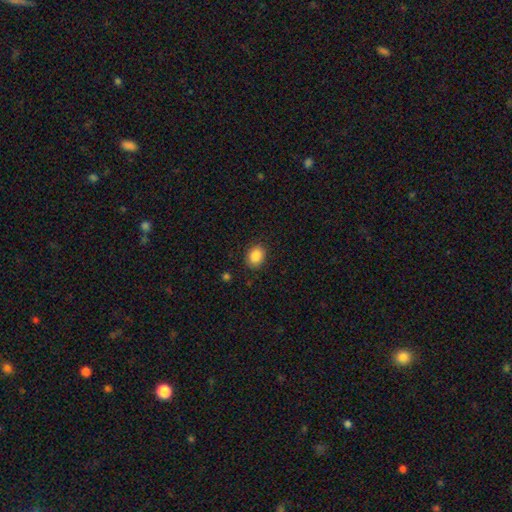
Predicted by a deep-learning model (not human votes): Morphology: type=smooth (88%); roundness=in between (57%); merging=none (87%).